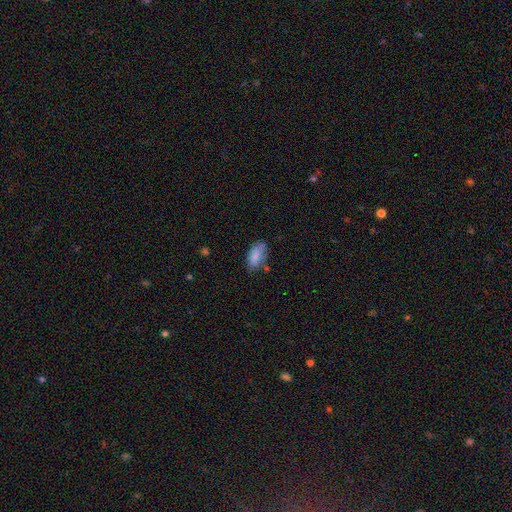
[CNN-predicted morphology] Overall: smooth (83%). How rounded: in between (91%). Merging: none (64%; minor disturbance 26%).